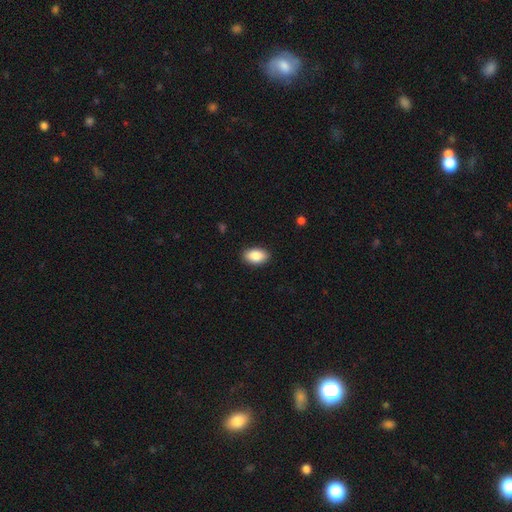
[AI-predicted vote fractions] Morphology: type=smooth (88%); roundness=in between (92%); merging=none (90%).